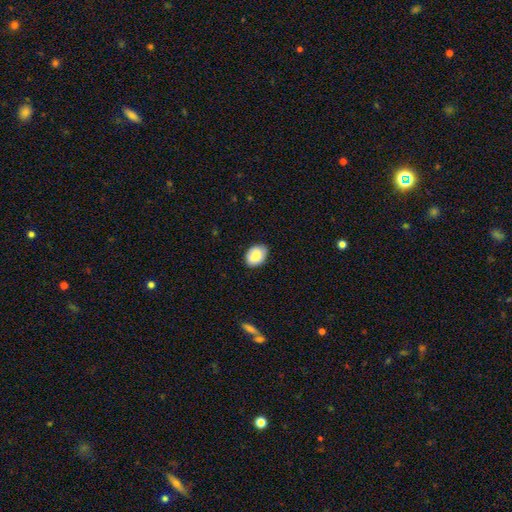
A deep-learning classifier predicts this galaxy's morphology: Smooth or featured: smooth — 83% (featured or disk — 10%)
How rounded: in between — 70% (round — 29%)
Merging: none — 79% (minor disturbance — 17%)